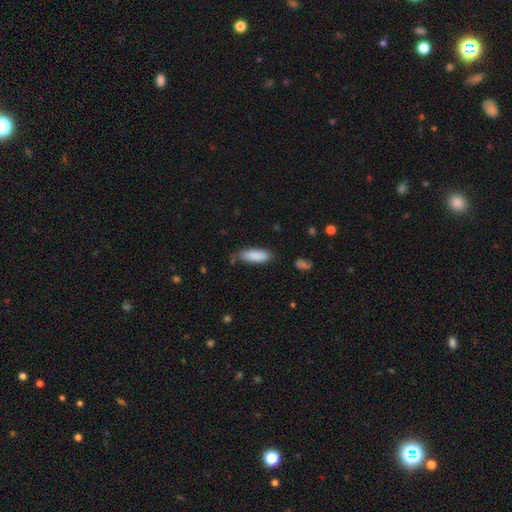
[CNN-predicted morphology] Smooth or featured?
  - smooth: 88% *
  - star or artifact: 6%
  - featured or disk: 6%
How rounded?
  - in between: 67% *
  - cigar-shaped: 32%
  - round: 2%
Merging?
  - none: 71% *
  - minor disturbance: 22%
  - major disturbance: 4%
  - merger: 3%